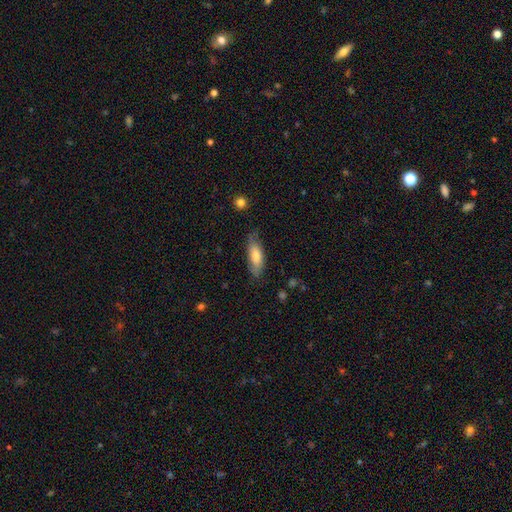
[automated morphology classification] smooth_or_featured: smooth (p=0.70) [alt: featured or disk p=0.24]
how_rounded: in between (p=0.64) [alt: cigar-shaped p=0.34]
merging: none (p=0.73) [alt: minor disturbance p=0.21]